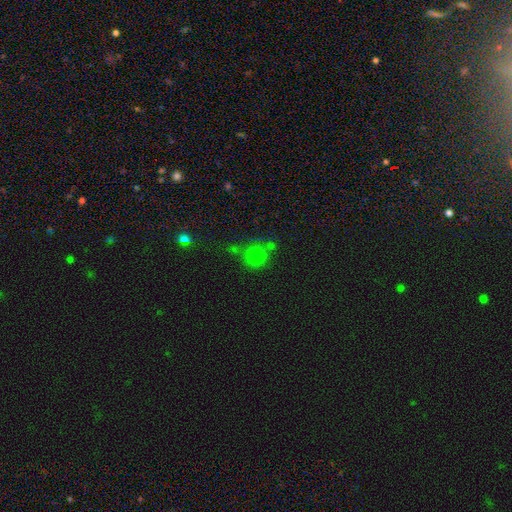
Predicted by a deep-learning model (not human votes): Smooth or featured? Predicted: smooth (p=0.74). How rounded? Predicted: round (p=0.89). Merging? Predicted: none (p=0.61).